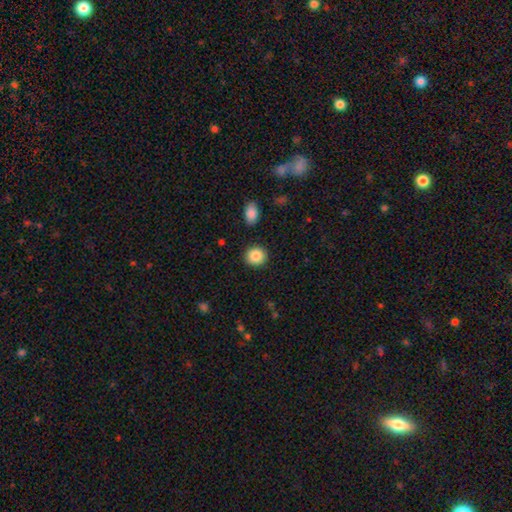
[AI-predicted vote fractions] smooth 87%, star or artifact 8%, featured or disk 5%. Down the decision tree: how rounded — round (87%); merging — none (91%).